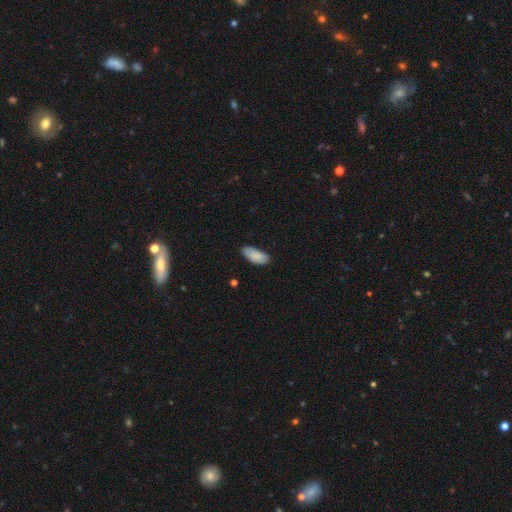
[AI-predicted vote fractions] smooth_or_featured: smooth (p=0.86) [alt: featured or disk p=0.08]
how_rounded: in between (p=0.89) [alt: cigar-shaped p=0.09]
merging: none (p=0.78) [alt: minor disturbance p=0.18]